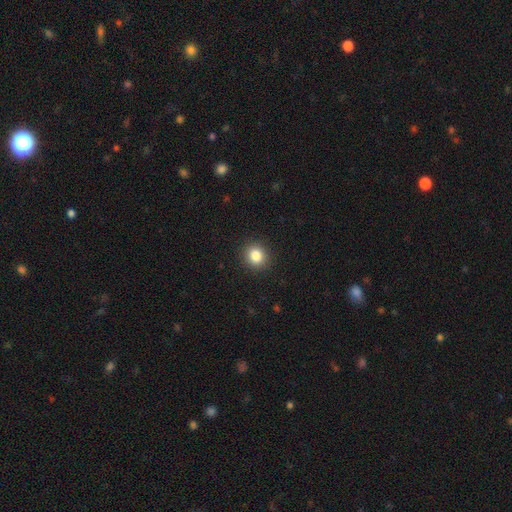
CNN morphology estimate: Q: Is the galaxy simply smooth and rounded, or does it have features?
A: smooth — 85%.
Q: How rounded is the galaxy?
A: round — 78%.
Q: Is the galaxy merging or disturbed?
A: none — 91%.